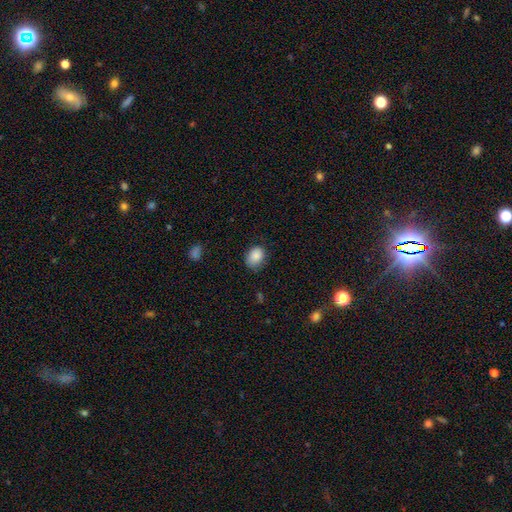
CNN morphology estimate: Smooth or featured: smooth — 87% (star or artifact — 8%)
How rounded: in between — 58% (round — 41%)
Merging: none — 70% (minor disturbance — 24%)